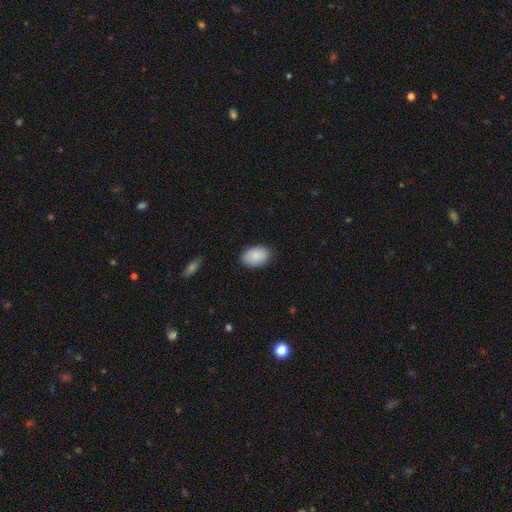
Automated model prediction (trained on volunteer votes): smooth_or_featured: smooth (p=0.89) [alt: star or artifact p=0.06]
how_rounded: in between (p=0.88) [alt: round p=0.11]
merging: none (p=0.86) [alt: minor disturbance p=0.11]